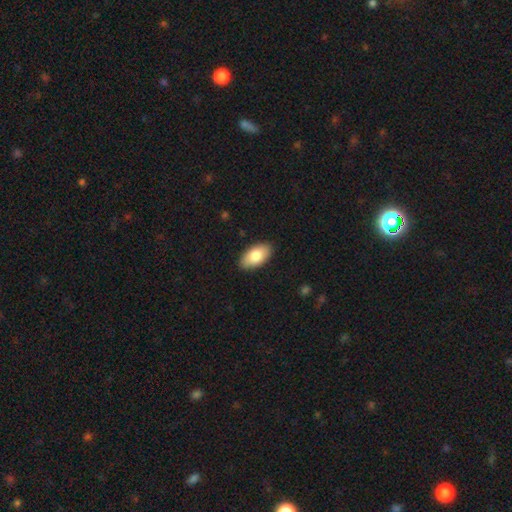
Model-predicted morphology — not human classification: smooth-or-featured: smooth: 82% | featured or disk: 12% | star or artifact: 6%
  how-rounded: in between: 94% | round: 3% | cigar-shaped: 3%
  merging: none: 88% | minor disturbance: 9% | major disturbance: 2% | merger: 1%